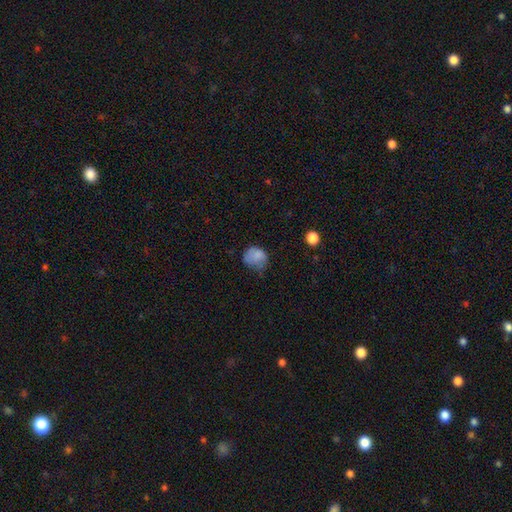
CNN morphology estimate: Smooth or featured?
  - smooth: 78% *
  - featured or disk: 11%
  - star or artifact: 10%
How rounded?
  - round: 61% *
  - in between: 38%
  - cigar-shaped: 1%
Merging?
  - minor disturbance: 39% * (tied)
  - none: 39% * (tied)
  - major disturbance: 20%
  - merger: 2%